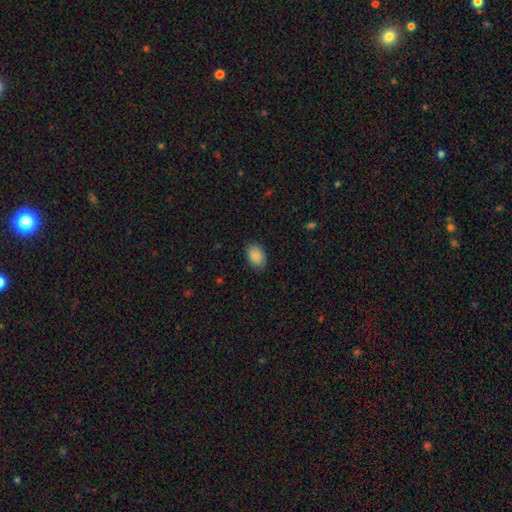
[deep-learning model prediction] The model was most divided on "how rounded": in between: 82%, round: 17%, cigar-shaped: 1%. More confident: smooth or featured — smooth (88%); merging — none (84%).